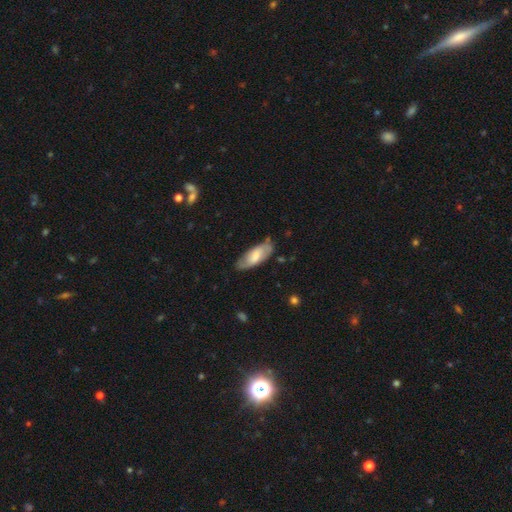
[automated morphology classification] smooth 59%, featured or disk 35%, star or artifact 6%. Down the decision tree: how rounded — in between (77%); merging — none (74%).